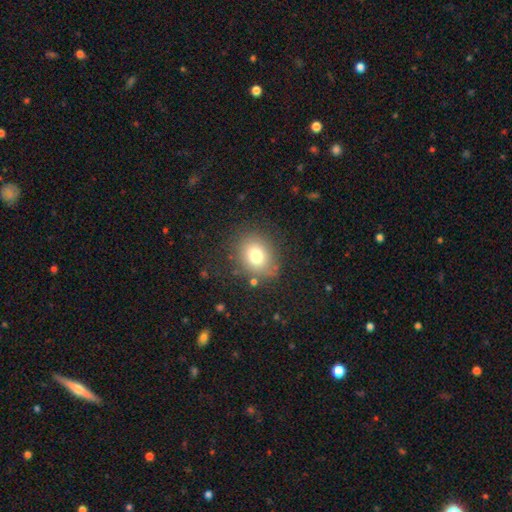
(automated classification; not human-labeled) Q: Smooth or featured?
A: smooth (76%); runner-up: star or artifact (12%)
Q: How rounded?
A: round (60%); runner-up: in between (39%)
Q: Merging?
A: none (80%); runner-up: minor disturbance (12%)